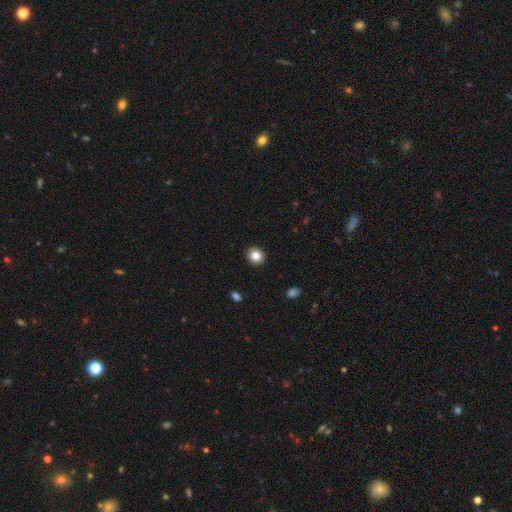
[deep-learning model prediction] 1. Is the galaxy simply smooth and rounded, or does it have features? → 83% smooth, 10% star or artifact, 7% featured or disk.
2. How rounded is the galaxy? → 80% round, 19% in between, 1% cigar-shaped.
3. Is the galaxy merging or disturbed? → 92% none, 6% minor disturbance, 2% major disturbance, 1% merger.